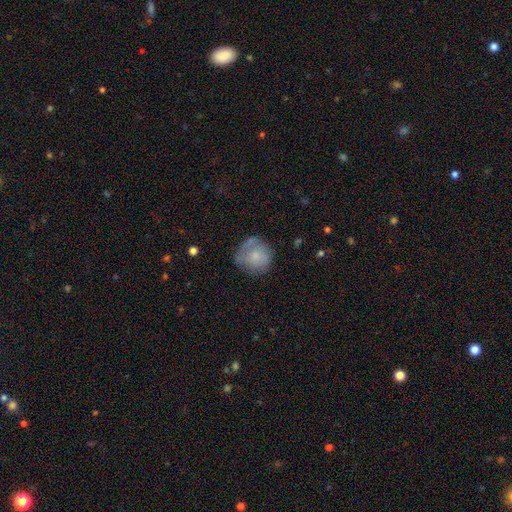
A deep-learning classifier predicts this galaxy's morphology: Smooth or featured? Predicted: smooth (p=0.64). How rounded? Predicted: round (p=0.86). Merging? Predicted: none (p=0.55).